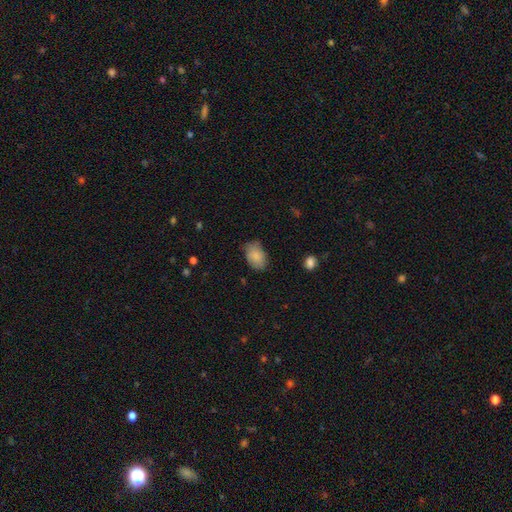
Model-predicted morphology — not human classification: Overall: smooth (86%). How rounded: in between (85%). Merging: none (71%).